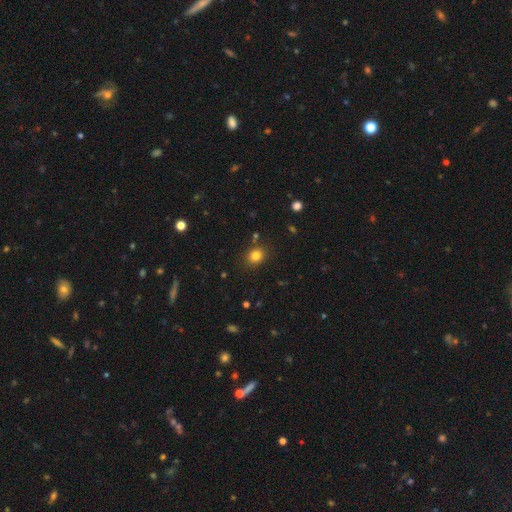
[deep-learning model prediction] smooth 81%, star or artifact 13%, featured or disk 6%. Down the decision tree: how rounded — round (68%); merging — none (84%).